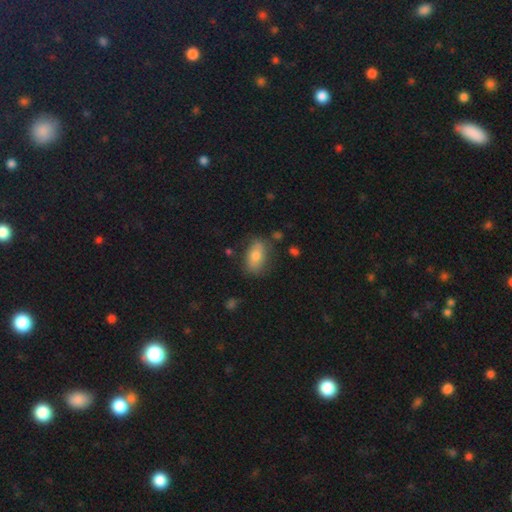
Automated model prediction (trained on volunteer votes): This is likely a smooth galaxy (75%). How rounded: clearly in between (87%). Merging: likely none (74%).